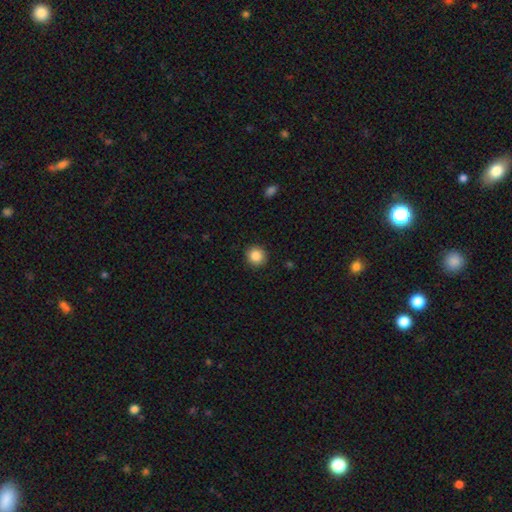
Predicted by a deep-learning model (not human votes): Smooth or featured: smooth — 87% (star or artifact — 9%)
How rounded: round — 92% (in between — 7%)
Merging: none — 91% (minor disturbance — 6%)